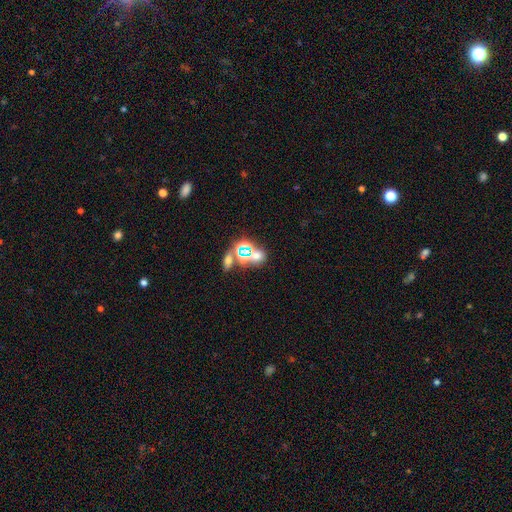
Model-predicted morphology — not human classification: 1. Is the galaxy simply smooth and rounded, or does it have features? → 45% star or artifact, 43% smooth, 12% featured or disk.